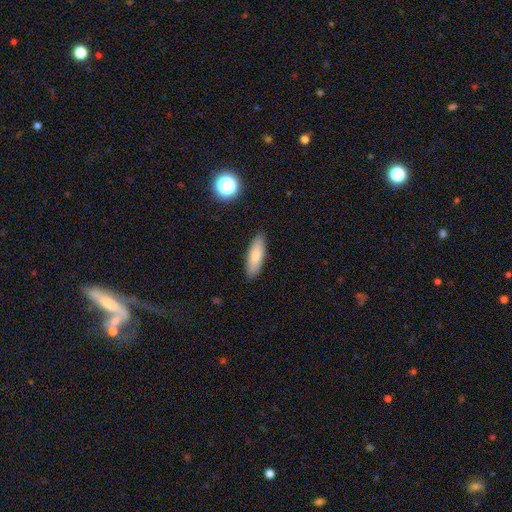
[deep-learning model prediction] smooth 80%, featured or disk 14%, star or artifact 6%. Down the decision tree: how rounded — in between (55%); merging — none (88%).